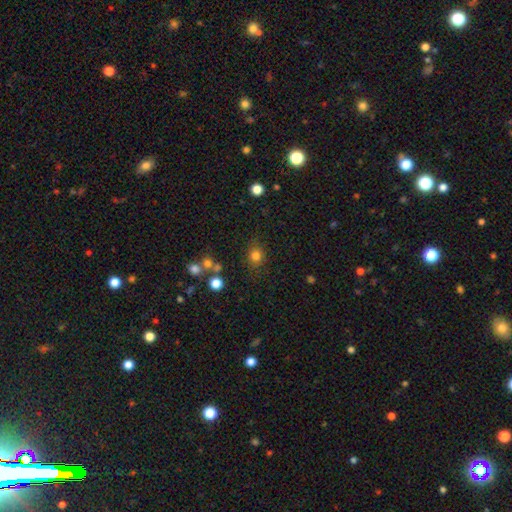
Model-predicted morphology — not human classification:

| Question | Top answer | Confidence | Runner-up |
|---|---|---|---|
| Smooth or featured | smooth | 80% | star or artifact (14%) |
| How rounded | round | 76% | in between (23%) |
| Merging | none | 81% | minor disturbance (11%) |